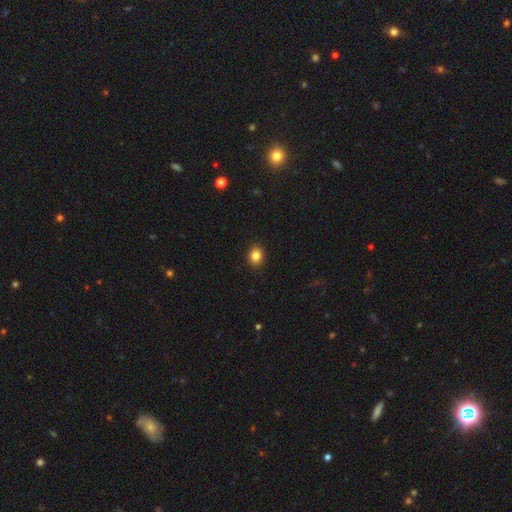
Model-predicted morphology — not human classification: A smooth galaxy with no disk features (83%) that is round (62%).

Vote fractions:
- Smooth or featured? smooth: 83% / star or artifact: 11% / featured or disk: 6%
- How rounded? round: 62% / in between: 37% / cigar-shaped: 1%
- Merging? none: 91% / minor disturbance: 7% / major disturbance: 2% / merger: 1%